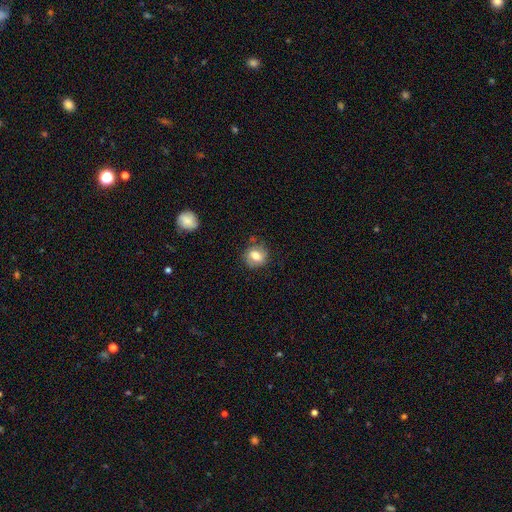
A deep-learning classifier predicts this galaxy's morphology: Smooth or featured? smooth (66%)
How rounded? round (75%)
Merging? none (73%)